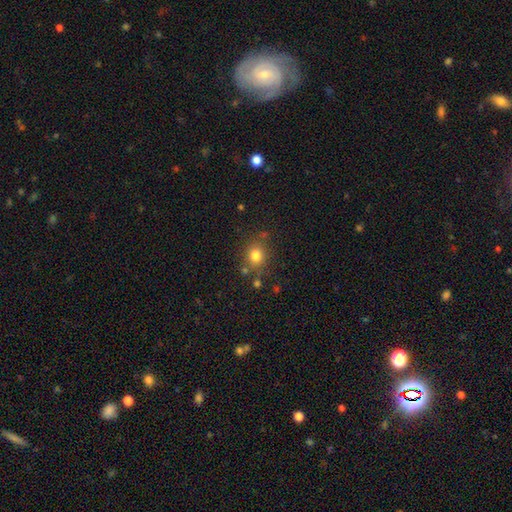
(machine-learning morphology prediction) A smooth galaxy with no disk features (80%) that is round (75%).

Vote fractions:
- Smooth or featured? smooth: 80% / star or artifact: 13% / featured or disk: 7%
- How rounded? round: 75% / in between: 24% / cigar-shaped: 1%
- Merging? none: 77% / minor disturbance: 12% / merger: 7% / major disturbance: 4%